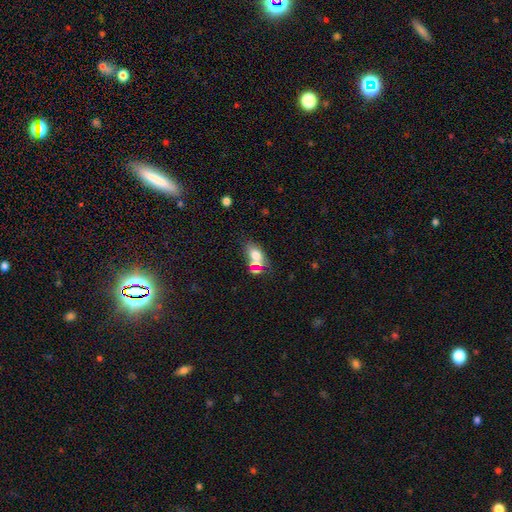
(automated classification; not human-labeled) smooth-or-featured: smooth: 66% | featured or disk: 21% | star or artifact: 13%
  how-rounded: in between: 80% | round: 15% | cigar-shaped: 5%
  merging: none: 45% | merger: 36% | minor disturbance: 13% | major disturbance: 7%